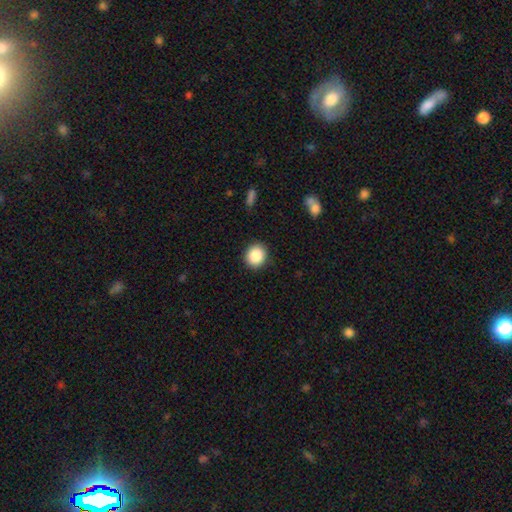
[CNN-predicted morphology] Smooth or featured: smooth — 87% (star or artifact — 9%)
How rounded: round — 80% (in between — 19%)
Merging: none — 90% (minor disturbance — 7%)